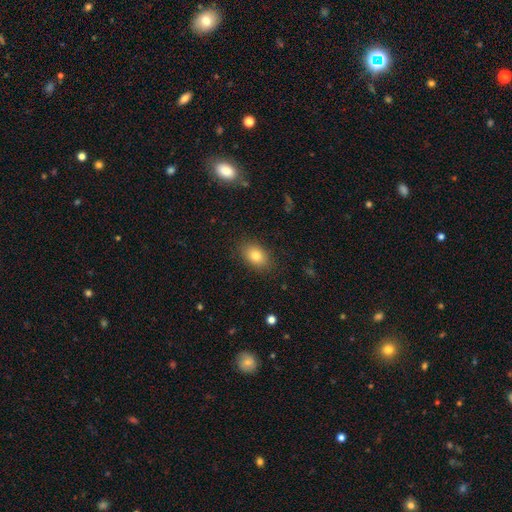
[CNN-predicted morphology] This appears to be a smooth galaxy with no disk features (82%) that is in between round and cigar-shaped (79%). Merging: none (86%).